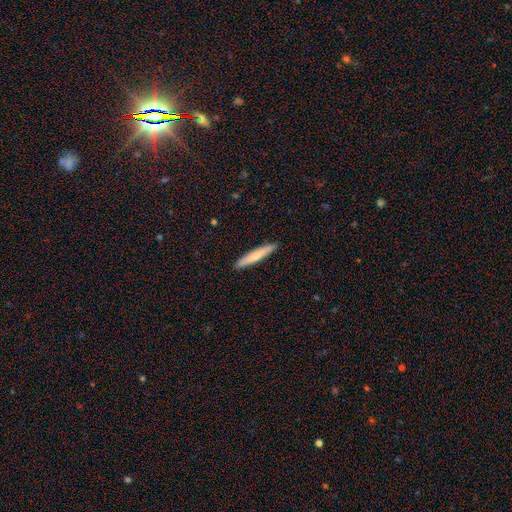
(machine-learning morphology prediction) Smooth or featured: smooth — 68% (featured or disk — 26%)
How rounded: cigar-shaped — 94% (in between — 5%)
Merging: none — 91% (minor disturbance — 7%)